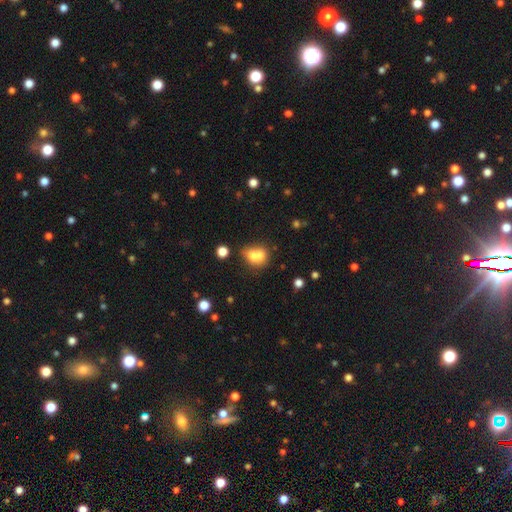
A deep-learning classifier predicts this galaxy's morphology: smooth-or-featured: smooth: 70% | featured or disk: 19% | star or artifact: 11%
  how-rounded: round: 54% | in between: 44% | cigar-shaped: 2%
  merging: merger: 58% | none: 27% | minor disturbance: 10% | major disturbance: 5%